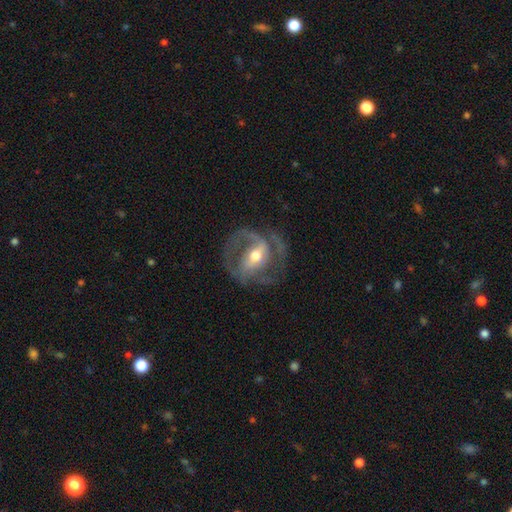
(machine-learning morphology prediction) smooth_or_featured: featured or disk (p=0.82) [alt: smooth p=0.12]
disk_edge_on: no (p=0.96) [alt: yes p=0.04]
bar: strong (p=0.40) [alt: weak p=0.37]
has_spiral_arms: yes (p=0.84) [alt: no p=0.16]
spiral_winding: medium (p=0.49) [alt: tight p=0.27]
spiral_arm_count: 2 (p=0.69) [alt: 1 p=0.12]
bulge_size: moderate (p=0.73) [alt: small p=0.17]
merging: none (p=0.59) [alt: major disturbance p=0.21]